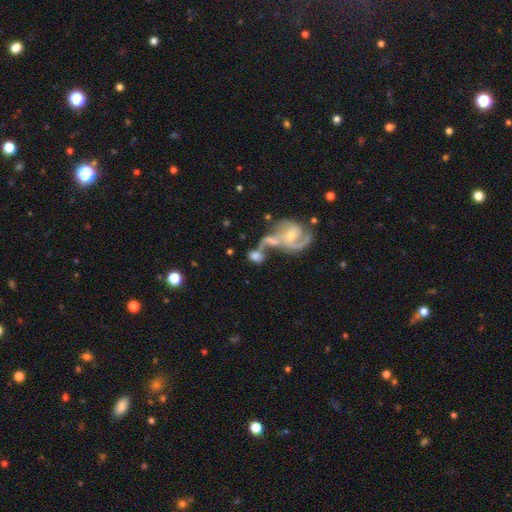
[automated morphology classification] This appears to be a featured or disk galaxy (55%) with no bar (60%), spiral arms (83%) and a small central bulge (47%). Merging: merger (58%).